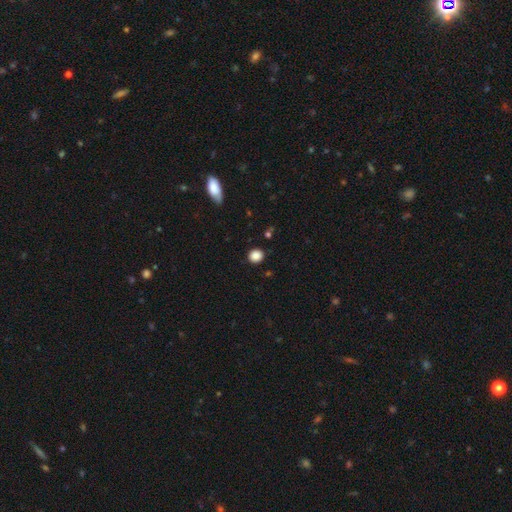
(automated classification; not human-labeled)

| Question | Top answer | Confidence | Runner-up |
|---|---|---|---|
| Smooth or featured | smooth | 87% | star or artifact (10%) |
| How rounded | round | 83% | in between (16%) |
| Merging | none | 89% | minor disturbance (7%) |